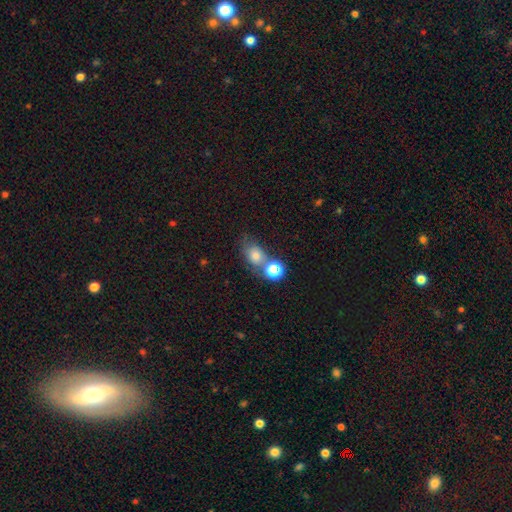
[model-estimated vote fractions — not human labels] Overall: smooth (70%). How rounded: in between (51%; round 47%). Merging: none (47%; merger 31%).